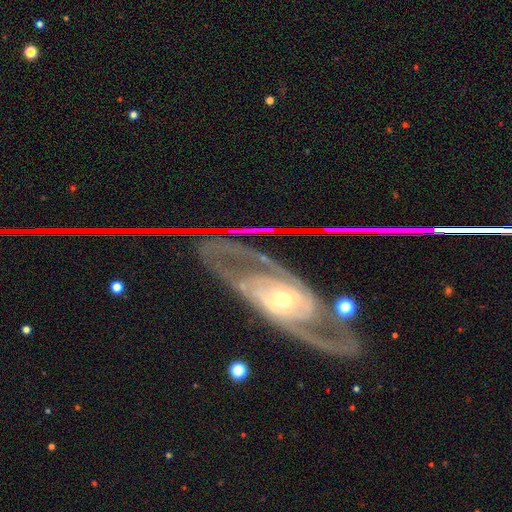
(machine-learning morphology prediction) smooth_or_featured: featured or disk (p=0.87) [alt: star or artifact p=0.07]
disk_edge_on: no (p=0.91) [alt: yes p=0.09]
bar: no (p=0.55) [alt: weak p=0.27]
has_spiral_arms: yes (p=0.94) [alt: no p=0.06]
spiral_winding: medium (p=0.46) [alt: tight p=0.38]
spiral_arm_count: 2 (p=0.79) [alt: can't tell p=0.09]
bulge_size: small (p=0.59) [alt: moderate p=0.35]
merging: none (p=0.73) [alt: minor disturbance p=0.14]